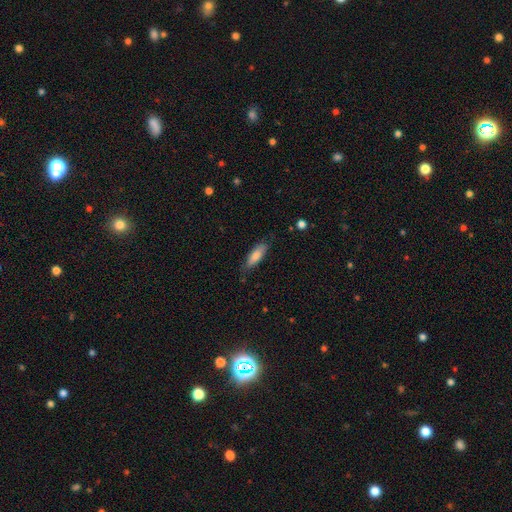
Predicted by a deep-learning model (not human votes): A smooth galaxy with no disk features (80%) that is in between round and cigar-shaped (51%).

Vote fractions:
- Smooth or featured? smooth: 80% / featured or disk: 14% / star or artifact: 6%
- How rounded? in between: 51% / cigar-shaped: 47% / round: 2%
- Merging? none: 77% / minor disturbance: 18% / major disturbance: 4% / merger: 1%